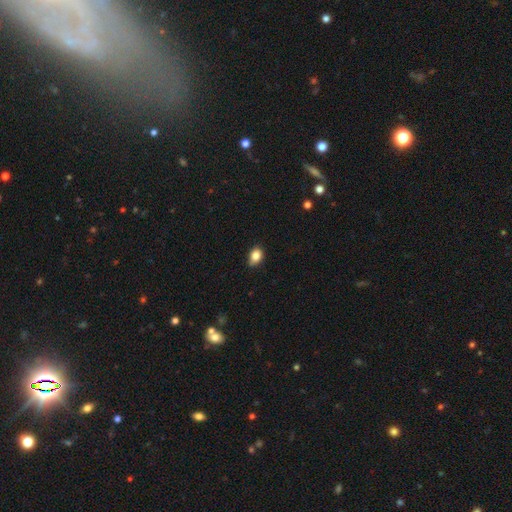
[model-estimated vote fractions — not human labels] This appears to be a smooth galaxy with no disk features (85%) that is in between round and cigar-shaped (69%). Merging: none (70%).